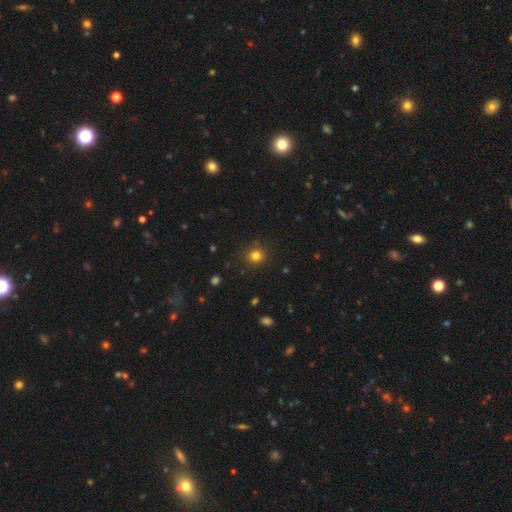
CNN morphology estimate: The model was most divided on "smooth or featured": smooth: 79%, star or artifact: 15%, featured or disk: 5%. More confident: how rounded — round (89%); merging — none (89%).